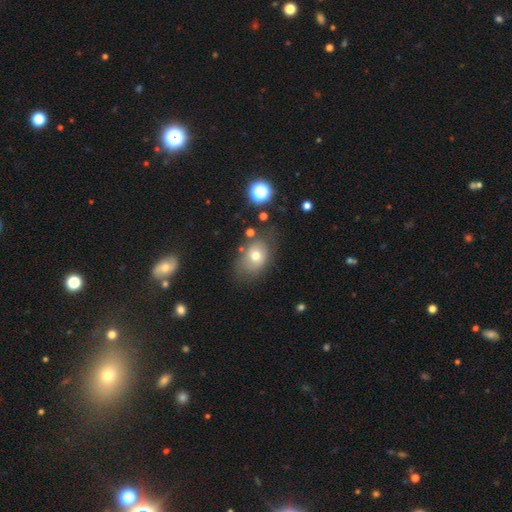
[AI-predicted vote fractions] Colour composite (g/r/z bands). It shows a smooth galaxy with no disk features (69%) that is in between round and cigar-shaped (67%). Merging: none (63%).